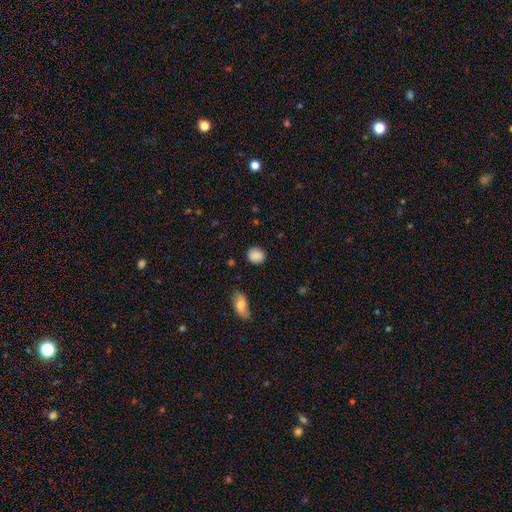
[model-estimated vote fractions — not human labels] This is clearly a smooth galaxy (87%). How rounded: likely round (73%). Merging: clearly none (85%).